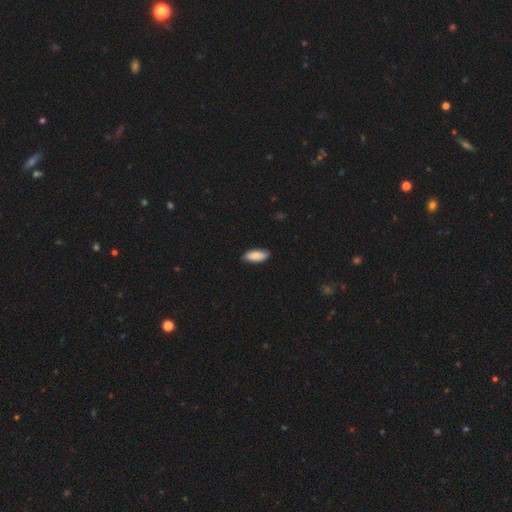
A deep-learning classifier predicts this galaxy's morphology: This appears to be a smooth galaxy with no disk features (87%) that is in between round and cigar-shaped (83%). Merging: none (85%).